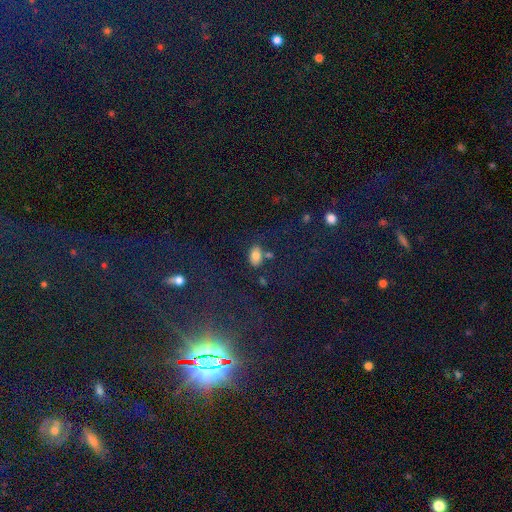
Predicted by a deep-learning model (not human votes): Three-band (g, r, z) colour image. It shows a smooth galaxy with no disk features (79%) that is in between round and cigar-shaped (89%). Merging: none (71%).